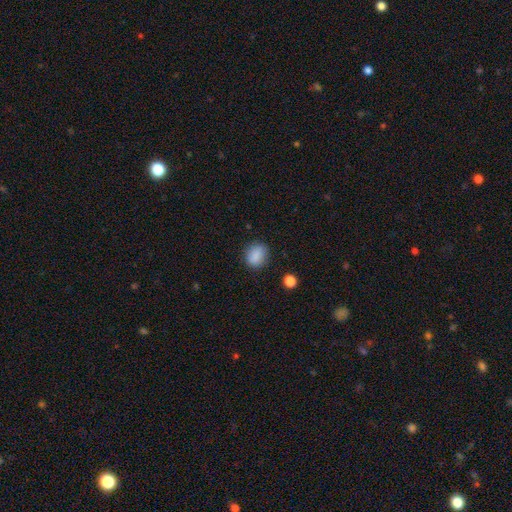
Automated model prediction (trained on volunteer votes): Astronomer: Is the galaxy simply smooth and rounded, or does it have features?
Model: smooth — 86%.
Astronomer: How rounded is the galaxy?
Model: round — 55% (runner-up: in between, 44%).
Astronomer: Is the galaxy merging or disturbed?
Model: none — 82%.